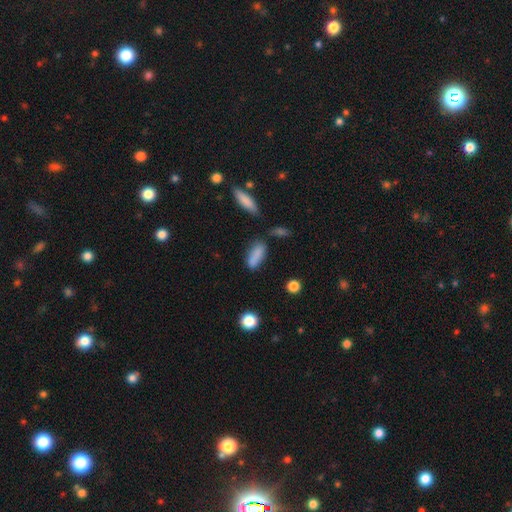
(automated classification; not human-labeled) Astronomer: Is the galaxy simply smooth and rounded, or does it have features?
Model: smooth — 84%.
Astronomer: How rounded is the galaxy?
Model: in between — 64%.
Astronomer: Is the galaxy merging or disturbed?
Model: none — 65%.